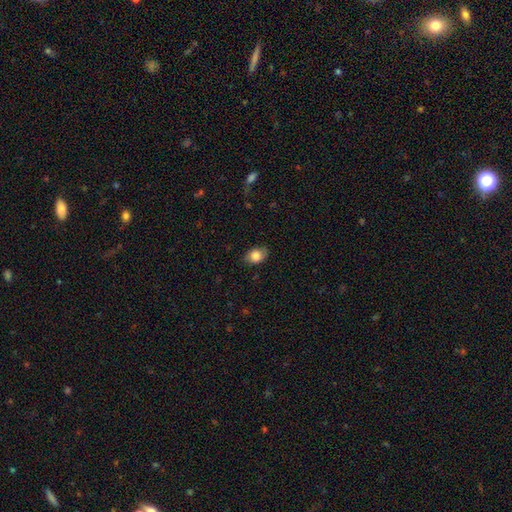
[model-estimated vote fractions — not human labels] Overall: smooth (82%). How rounded: in between (76%). Merging: none (78%).